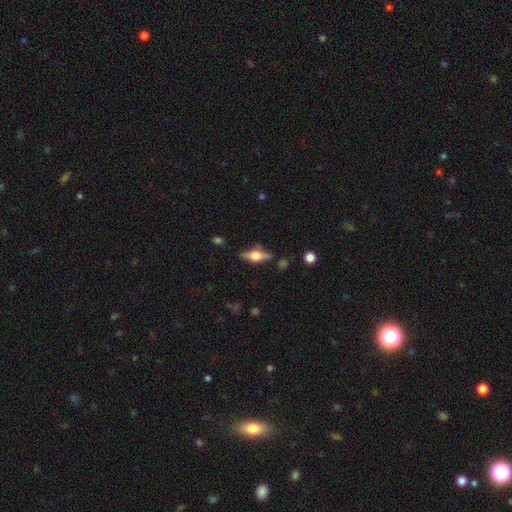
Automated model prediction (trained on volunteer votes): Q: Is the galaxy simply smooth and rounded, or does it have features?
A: featured or disk — 57%.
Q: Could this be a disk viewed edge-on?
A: yes — 92%.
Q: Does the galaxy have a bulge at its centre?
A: rounded — 91%.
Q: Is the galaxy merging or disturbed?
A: none — 79%.